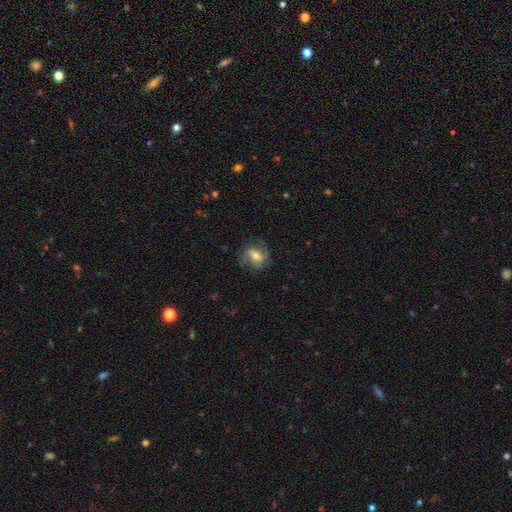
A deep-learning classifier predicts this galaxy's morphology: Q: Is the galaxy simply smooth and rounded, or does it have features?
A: featured or disk — 65%.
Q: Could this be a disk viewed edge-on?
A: no — 95%.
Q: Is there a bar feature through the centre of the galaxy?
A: weak — 42%.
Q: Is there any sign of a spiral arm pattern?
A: yes — 88%.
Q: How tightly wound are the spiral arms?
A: medium — 46%.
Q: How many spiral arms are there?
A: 2 — 68%.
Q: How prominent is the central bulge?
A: moderate — 57%.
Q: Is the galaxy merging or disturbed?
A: none — 68%.